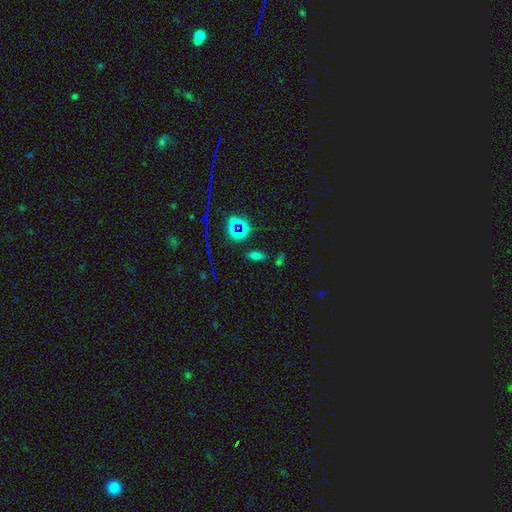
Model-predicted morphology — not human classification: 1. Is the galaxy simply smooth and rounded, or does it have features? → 56% smooth, 34% star or artifact, 10% featured or disk.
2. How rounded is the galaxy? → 71% in between, 20% cigar-shaped, 9% round.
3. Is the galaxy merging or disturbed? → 72% none, 13% minor disturbance, 10% merger, 5% major disturbance.